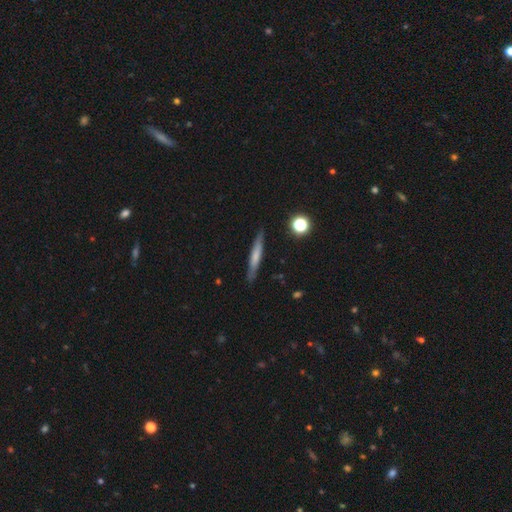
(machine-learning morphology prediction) A smooth galaxy with no disk features (56%) that is cigar-shaped (93%).

Vote fractions:
- Smooth or featured? smooth: 56% / featured or disk: 37% / star or artifact: 8%
- How rounded? cigar-shaped: 93% / in between: 5% / round: 2%
- Merging? none: 87% / minor disturbance: 10% / major disturbance: 2% / merger: 2%